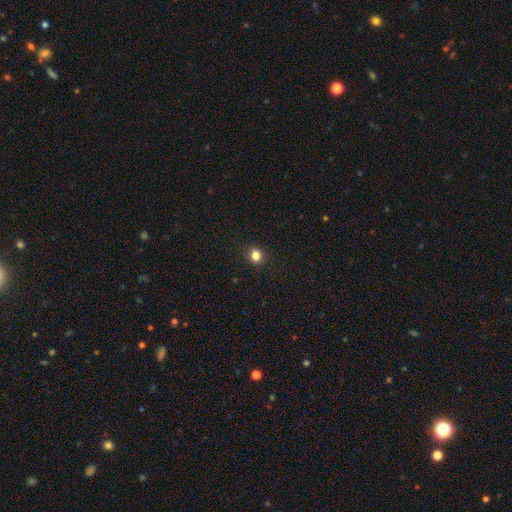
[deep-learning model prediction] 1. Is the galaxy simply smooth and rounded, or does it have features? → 83% smooth, 13% star or artifact, 4% featured or disk.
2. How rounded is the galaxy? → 83% round, 16% in between, 1% cigar-shaped.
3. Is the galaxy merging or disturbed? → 91% none, 6% minor disturbance, 2% major disturbance, 1% merger.